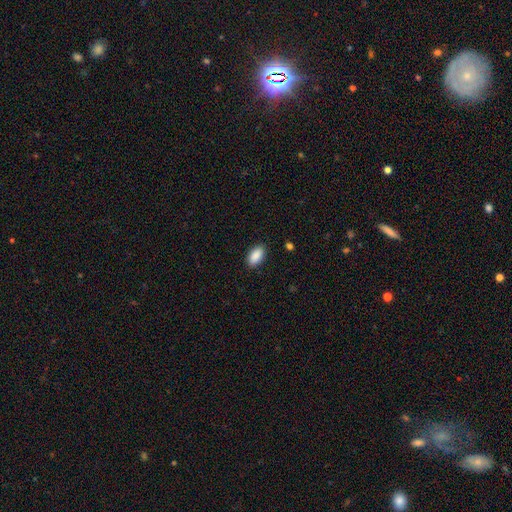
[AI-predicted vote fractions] Smooth or featured?
  - smooth: 90% *
  - star or artifact: 7%
  - featured or disk: 3%
How rounded?
  - in between: 94% *
  - cigar-shaped: 3%
  - round: 3%
Merging?
  - none: 88% *
  - minor disturbance: 9%
  - major disturbance: 2%
  - merger: 1%